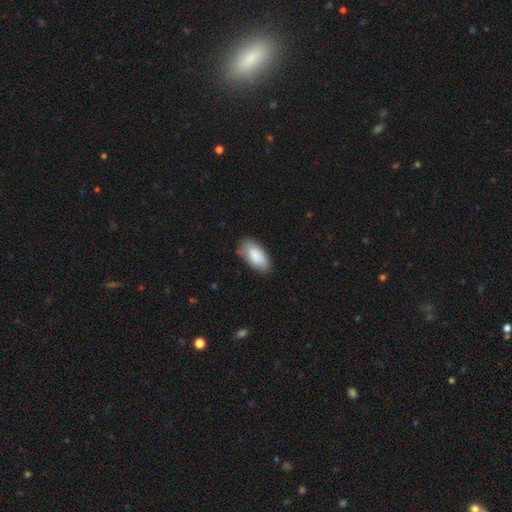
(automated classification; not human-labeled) smooth_or_featured: smooth (p=0.86) [alt: featured or disk p=0.09]
how_rounded: in between (p=0.93) [alt: cigar-shaped p=0.05]
merging: none (p=0.75) [alt: minor disturbance p=0.20]